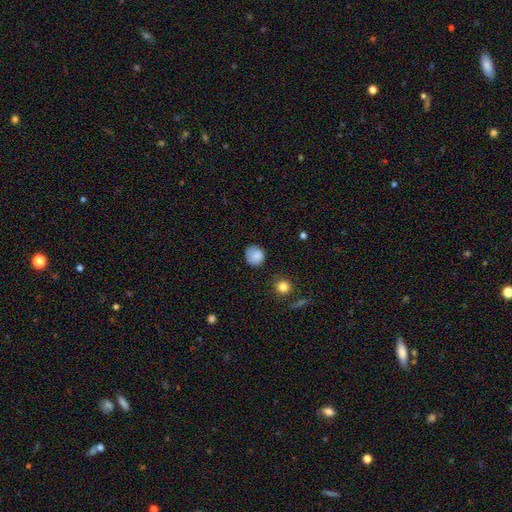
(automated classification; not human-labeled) Smooth or featured: smooth — 83% (star or artifact — 8%)
How rounded: round — 84% (in between — 15%)
Merging: none — 72% (minor disturbance — 20%)